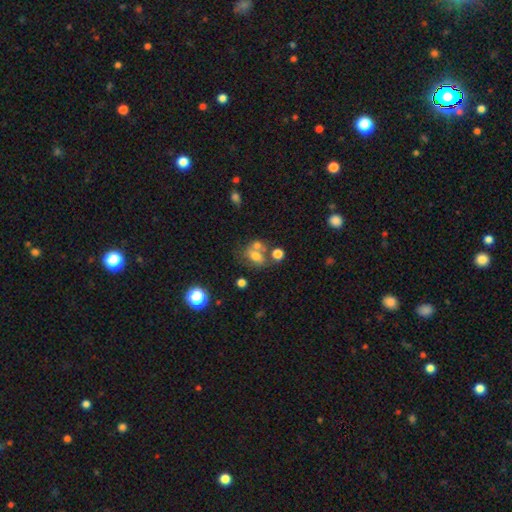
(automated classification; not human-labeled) Smooth or featured? Predicted: smooth (p=0.63). How rounded? Predicted: in between (p=0.64). Merging? Predicted: none (p=0.38, tied with merger).